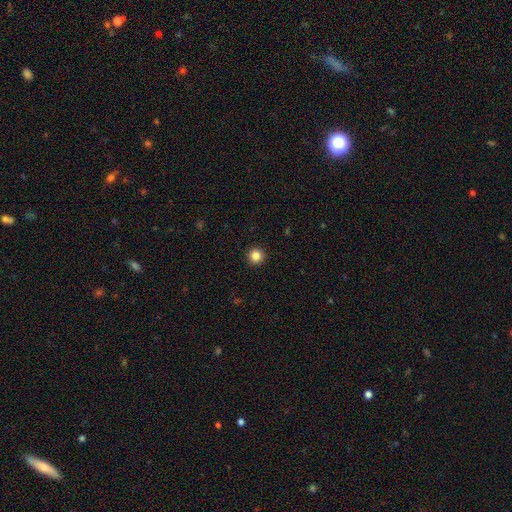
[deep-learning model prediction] Smooth or featured: smooth — 84% (star or artifact — 11%)
How rounded: round — 96% (in between — 3%)
Merging: none — 93% (minor disturbance — 4%)